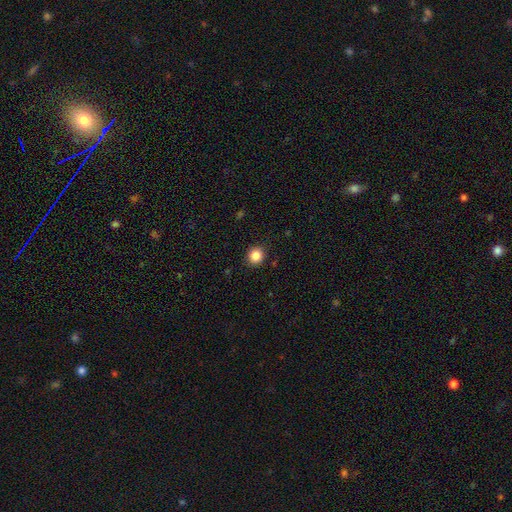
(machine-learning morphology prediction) smooth-or-featured: smooth: 85% | star or artifact: 11% | featured or disk: 4%
  how-rounded: round: 85% | in between: 14% | cigar-shaped: 1%
  merging: none: 90% | minor disturbance: 7% | major disturbance: 2% | merger: 1%